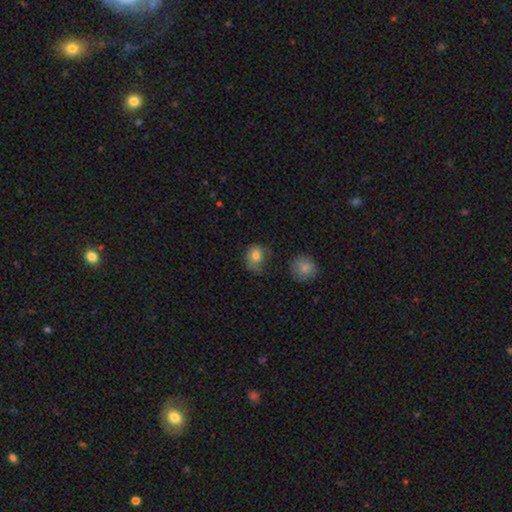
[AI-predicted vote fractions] smooth_or_featured: smooth (p=0.78) [alt: featured or disk p=0.13]
how_rounded: round (p=0.59) [alt: in between p=0.40]
merging: none (p=0.46) [alt: minor disturbance p=0.33]